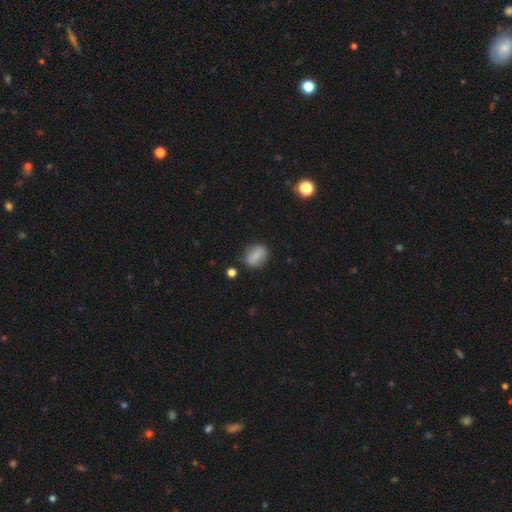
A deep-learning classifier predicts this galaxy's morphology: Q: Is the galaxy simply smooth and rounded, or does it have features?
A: smooth — 78%.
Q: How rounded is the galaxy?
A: in between — 61%.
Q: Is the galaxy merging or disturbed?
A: none — 77%.